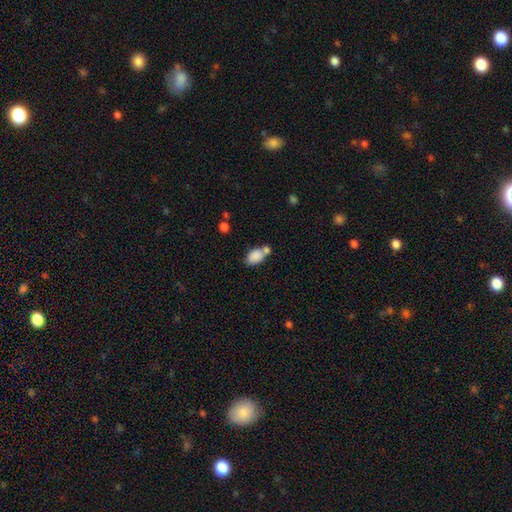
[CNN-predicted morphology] smooth-or-featured: smooth: 85% | star or artifact: 8% | featured or disk: 7%
  how-rounded: in between: 90% | round: 9% | cigar-shaped: 2%
  merging: none: 45% | merger: 36% | minor disturbance: 14% | major disturbance: 5%